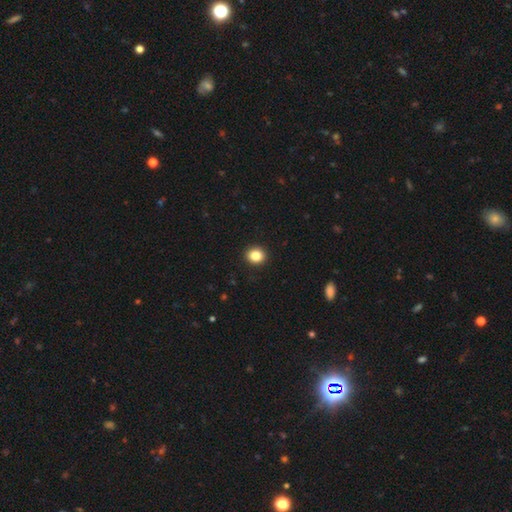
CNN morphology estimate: smooth 85%, star or artifact 10%, featured or disk 5%. Down the decision tree: how rounded — round (77%); merging — none (93%).